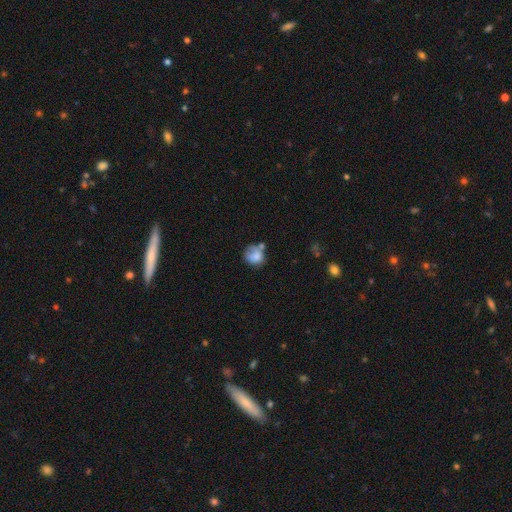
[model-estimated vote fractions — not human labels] This is likely a smooth galaxy (75%). How rounded: likely round (70%). Merging: marginally none (37%).